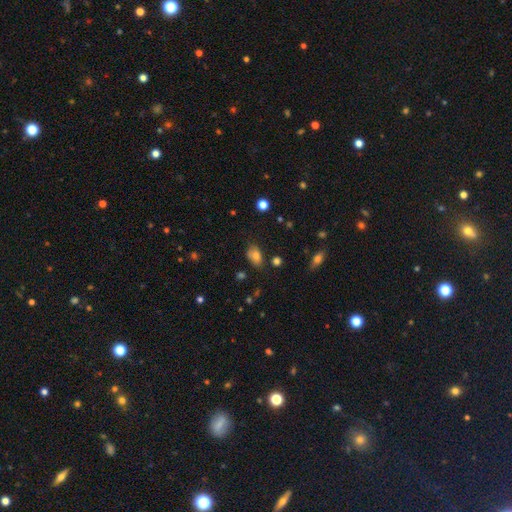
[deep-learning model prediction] The model was most divided on "merging": none: 70%, minor disturbance: 22%, major disturbance: 5%, merger: 3%. More confident: how rounded — in between (85%); smooth or featured — smooth (77%).